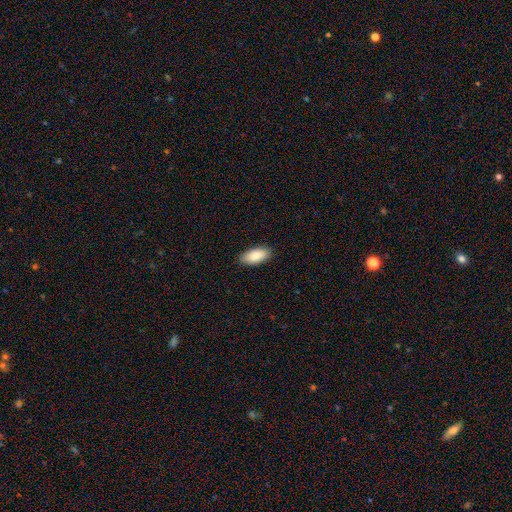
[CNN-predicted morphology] Smooth or featured? smooth (87%)
How rounded? in between (90%)
Merging? none (89%)